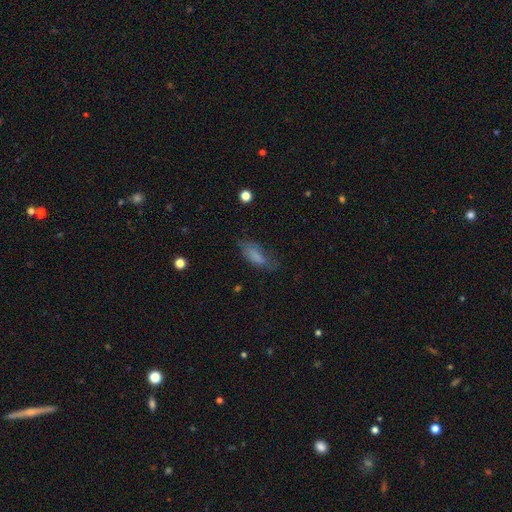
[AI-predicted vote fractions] Overall: smooth (70%). How rounded: in between (78%). Merging: none (55%; minor disturbance 28%).